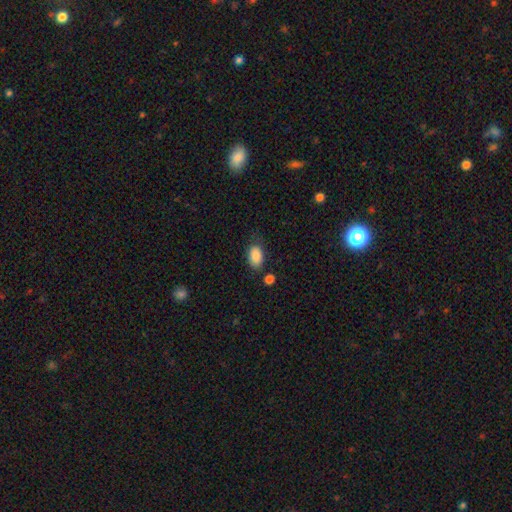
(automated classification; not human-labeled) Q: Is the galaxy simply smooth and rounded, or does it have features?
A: smooth — 88%.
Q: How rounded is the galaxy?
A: in between — 91%.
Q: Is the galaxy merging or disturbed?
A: none — 72%.